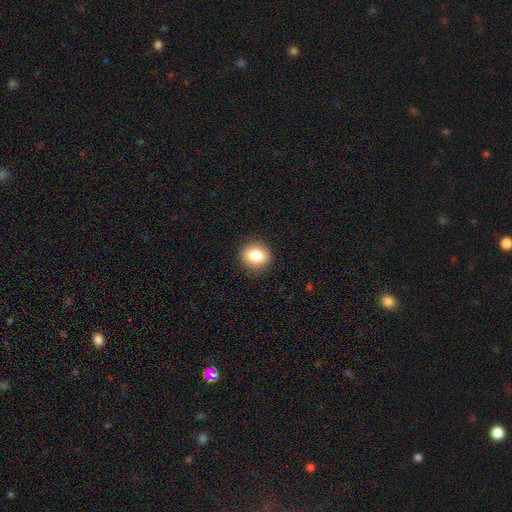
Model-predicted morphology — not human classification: A smooth galaxy with no disk features (84%) that is round (81%). Merging: none (89%).